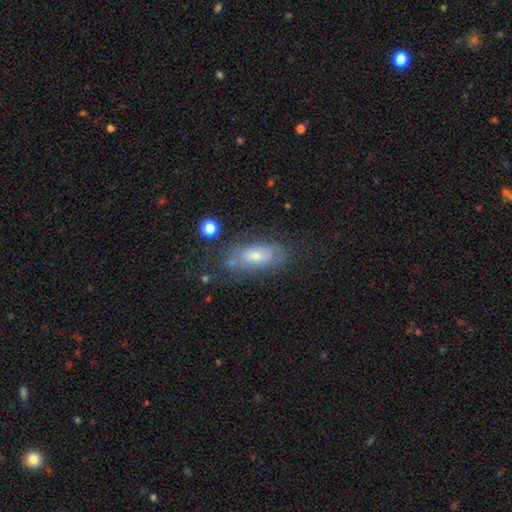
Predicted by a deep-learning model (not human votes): Smooth or featured?
  - featured or disk: 46% *
  - smooth: 44%
  - star or artifact: 10%
Merging?
  - none: 59% *
  - minor disturbance: 24%
  - major disturbance: 12%
  - merger: 5%